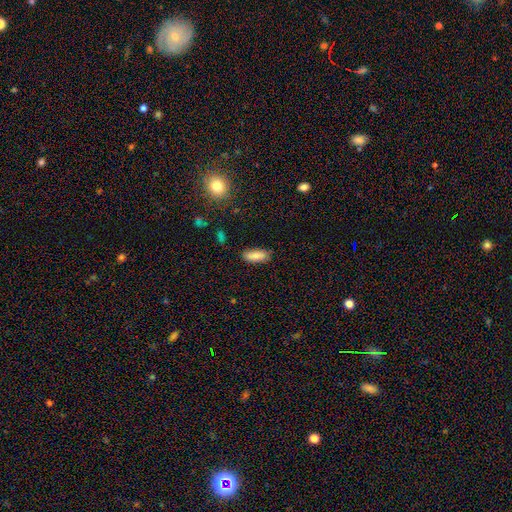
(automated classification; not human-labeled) Smooth or featured? smooth (82%)
How rounded? in between (74%)
Merging? none (83%)